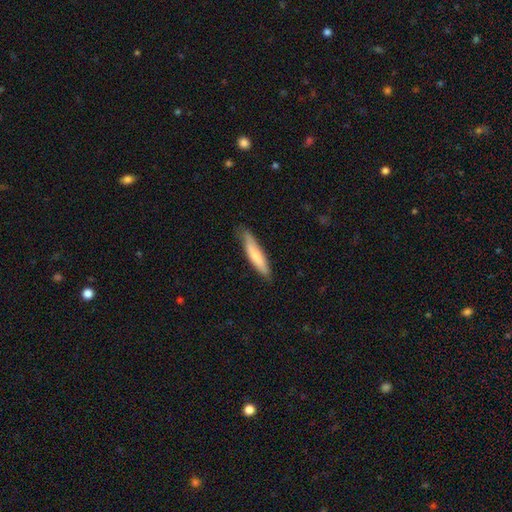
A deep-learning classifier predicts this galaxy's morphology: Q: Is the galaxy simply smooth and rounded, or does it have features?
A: smooth — 71%.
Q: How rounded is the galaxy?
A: cigar-shaped — 83%.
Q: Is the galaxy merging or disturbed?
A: none — 76%.